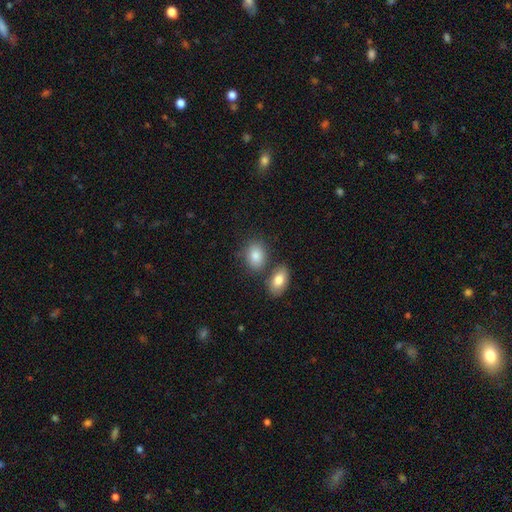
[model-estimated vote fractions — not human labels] smooth-or-featured: smooth: 83% | featured or disk: 9% | star or artifact: 8%
  how-rounded: in between: 77% | round: 21% | cigar-shaped: 1%
  merging: none: 63% | merger: 21% | minor disturbance: 13% | major disturbance: 4%